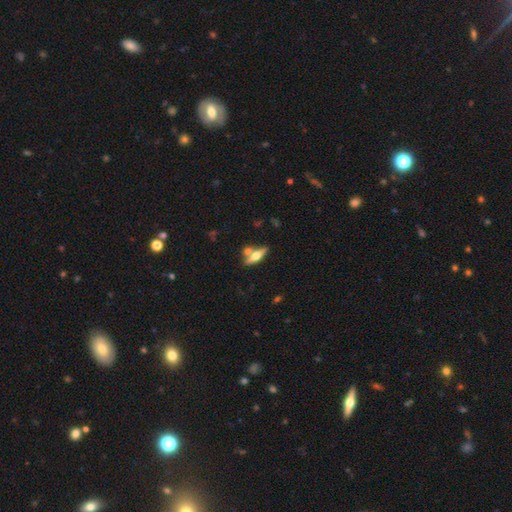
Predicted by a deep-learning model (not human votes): Smooth or featured?
  - featured or disk: 58% *
  - smooth: 35%
  - star or artifact: 7%
Edge-on disk?
  - yes: 93% *
  - no: 7%
Edge-on bulge?
  - rounded: 95% *
  - boxy: 3%
  - none: 2%
Merging?
  - none: 66% *
  - merger: 20%
  - minor disturbance: 10%
  - major disturbance: 3%